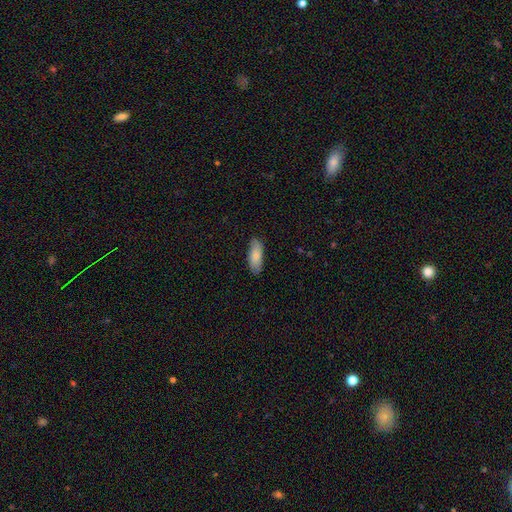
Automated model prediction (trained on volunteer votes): Q: Smooth or featured?
A: smooth (82%); runner-up: featured or disk (12%)
Q: How rounded?
A: in between (74%); runner-up: cigar-shaped (24%)
Q: Merging?
A: none (83%); runner-up: minor disturbance (14%)